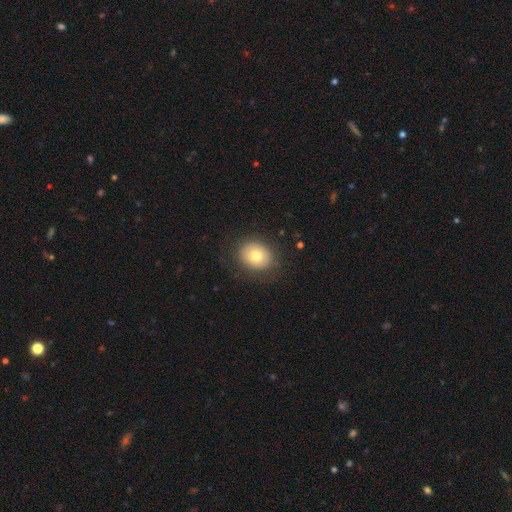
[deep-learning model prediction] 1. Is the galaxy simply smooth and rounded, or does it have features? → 76% smooth, 15% featured or disk, 9% star or artifact.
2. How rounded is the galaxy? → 60% round, 39% in between, 1% cigar-shaped.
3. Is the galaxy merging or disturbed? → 84% none, 11% minor disturbance, 4% major disturbance, 1% merger.